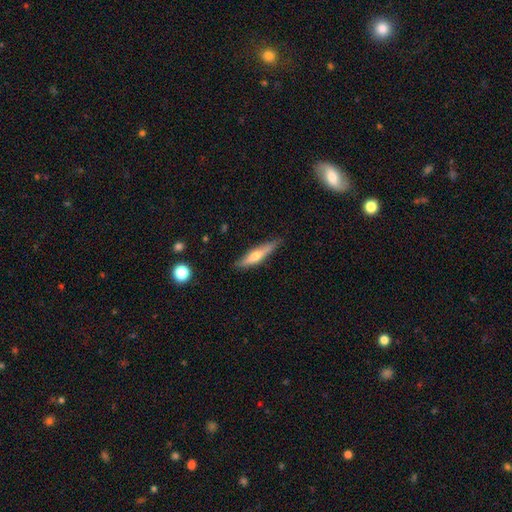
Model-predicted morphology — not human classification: Smooth or featured? Predicted: smooth (p=0.47, tied with featured or disk). Merging? Predicted: none (p=0.82).